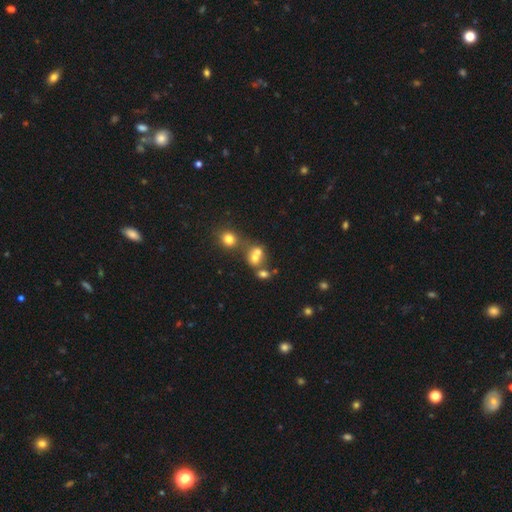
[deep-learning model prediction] Overall: smooth (65%). How rounded: round (55%; in between 43%). Merging: merger (54%; none 32%).